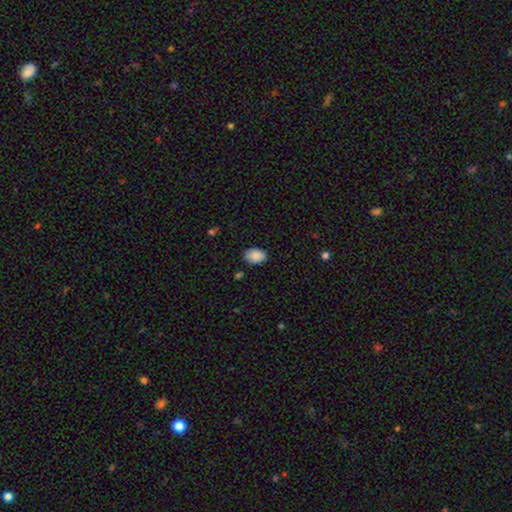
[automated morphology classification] Smooth or featured? smooth (89%)
How rounded? in between (83%)
Merging? none (85%)